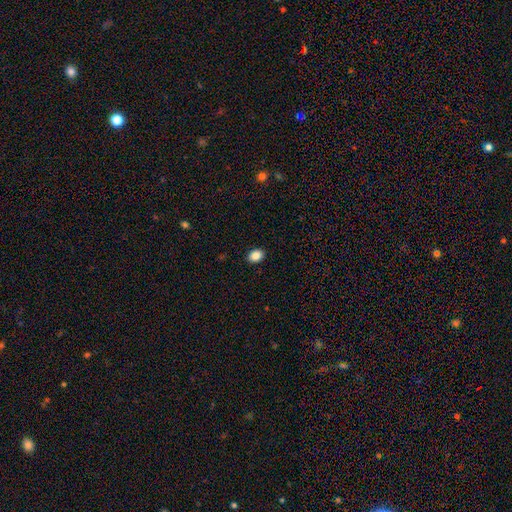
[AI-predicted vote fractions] smooth-or-featured: smooth: 86% | star or artifact: 9% | featured or disk: 4%
  how-rounded: in between: 68% | round: 31% | cigar-shaped: 1%
  merging: none: 91% | minor disturbance: 7% | major disturbance: 2% | merger: 1%